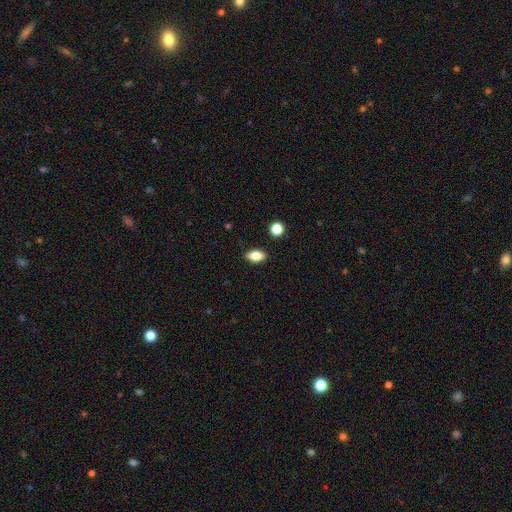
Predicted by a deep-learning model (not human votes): Q: Smooth or featured?
A: smooth (83%); runner-up: star or artifact (9%)
Q: How rounded?
A: in between (88%); runner-up: round (8%)
Q: Merging?
A: none (87%); runner-up: minor disturbance (9%)